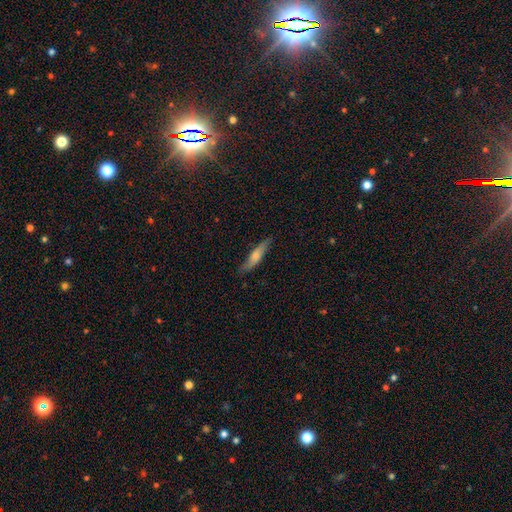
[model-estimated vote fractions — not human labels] Smooth or featured? smooth (58%)
How rounded? cigar-shaped (77%)
Merging? none (79%)